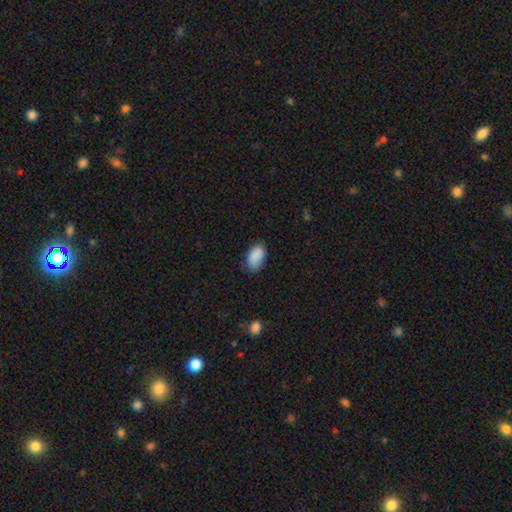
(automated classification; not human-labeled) This is clearly a smooth galaxy (87%). How rounded: clearly in between (93%). Merging: likely none (70%).